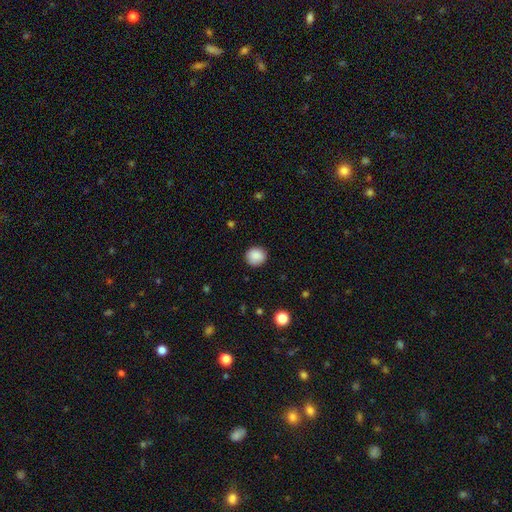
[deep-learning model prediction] The model was most divided on "how rounded": round: 89%, in between: 10%, cigar-shaped: 1%. More confident: merging — none (89%); smooth or featured — smooth (89%).